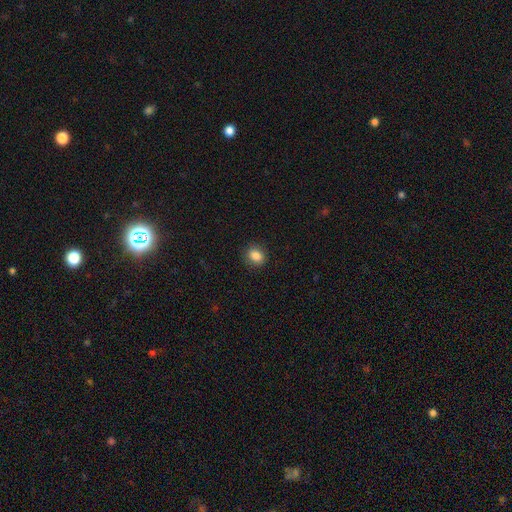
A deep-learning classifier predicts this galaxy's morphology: Overall: smooth (86%). How rounded: round (51%; in between 48%). Merging: none (88%).